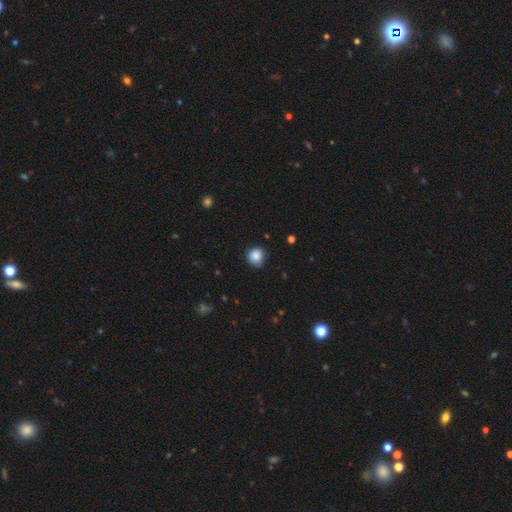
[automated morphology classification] smooth-or-featured: smooth: 87% | star or artifact: 9% | featured or disk: 4%
  how-rounded: round: 85% | in between: 14% | cigar-shaped: 1%
  merging: none: 76% | minor disturbance: 20% | major disturbance: 3% | merger: 1%